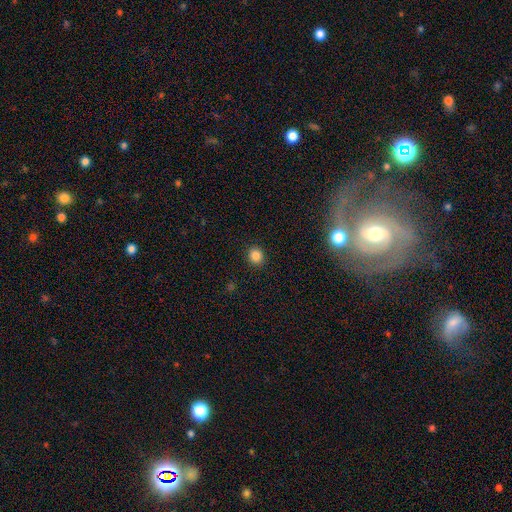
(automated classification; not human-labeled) Overall: smooth (84%). How rounded: round (81%). Merging: none (91%).